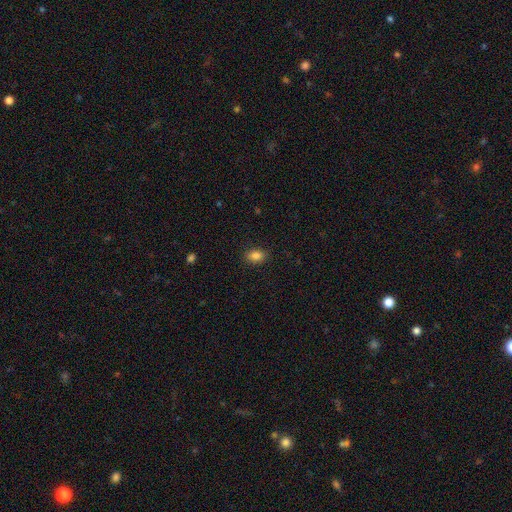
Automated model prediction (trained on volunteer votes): smooth_or_featured: smooth (p=0.85) [alt: star or artifact p=0.10]
how_rounded: in between (p=0.76) [alt: round p=0.23]
merging: none (p=0.88) [alt: minor disturbance p=0.09]